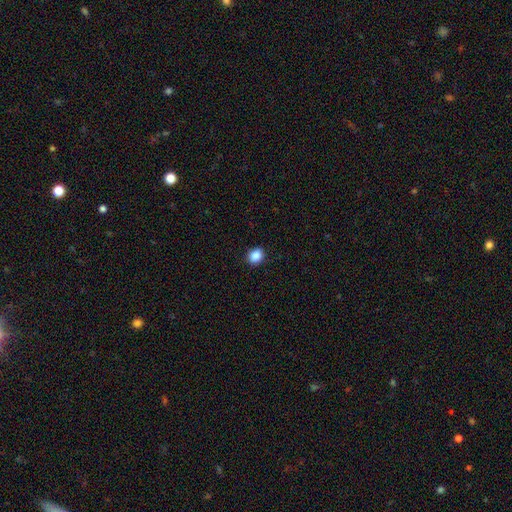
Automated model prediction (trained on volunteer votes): This is clearly a smooth galaxy (88%). How rounded: likely round (64%). Merging: clearly none (91%).